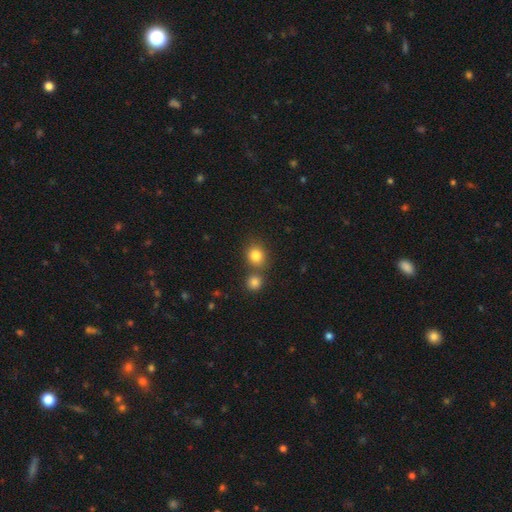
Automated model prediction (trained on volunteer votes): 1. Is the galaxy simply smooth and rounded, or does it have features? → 83% smooth, 11% star or artifact, 6% featured or disk.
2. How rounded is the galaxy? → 77% round, 22% in between, 1% cigar-shaped.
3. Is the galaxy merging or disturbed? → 62% none, 26% merger, 9% minor disturbance, 3% major disturbance.